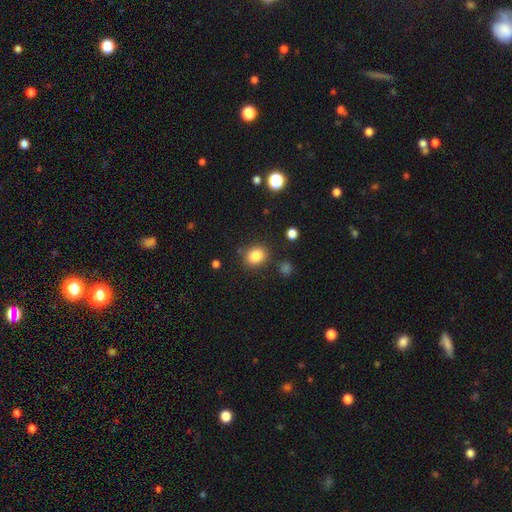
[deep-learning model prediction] A smooth galaxy with no disk features (84%) that is round (67%). Merging: none (82%).